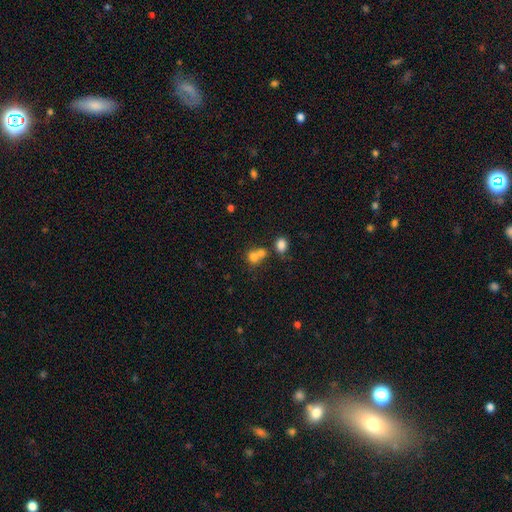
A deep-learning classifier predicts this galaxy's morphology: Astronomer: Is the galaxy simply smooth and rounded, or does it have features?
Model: smooth — 74%.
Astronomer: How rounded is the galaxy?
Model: round — 68%.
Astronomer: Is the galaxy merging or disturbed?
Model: merger — 55% (runner-up: none, 33%).